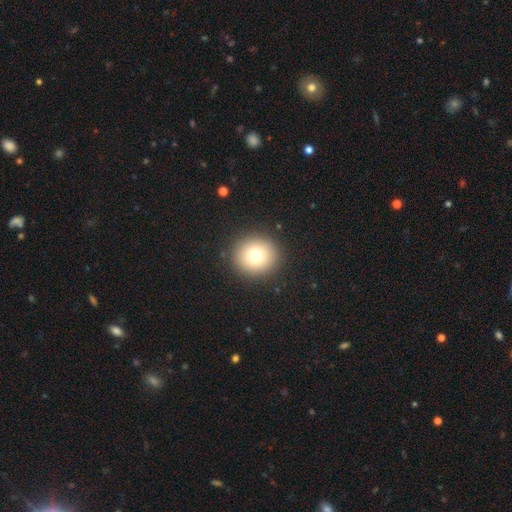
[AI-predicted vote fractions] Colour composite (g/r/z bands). It shows a smooth galaxy with no disk features (76%) that is round (91%). Merging: none (91%).